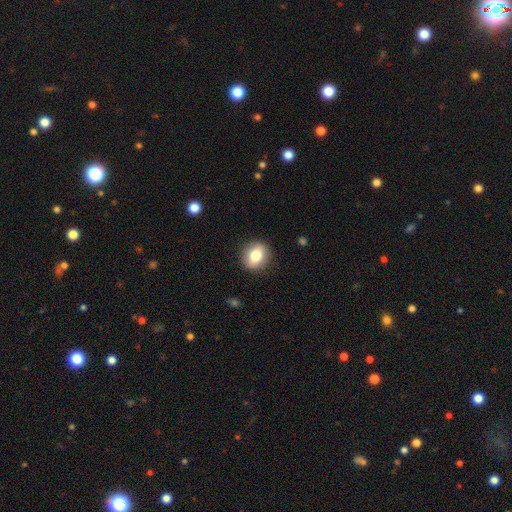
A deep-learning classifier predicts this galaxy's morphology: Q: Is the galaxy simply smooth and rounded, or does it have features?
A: smooth — 77%.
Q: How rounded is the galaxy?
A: round — 60%.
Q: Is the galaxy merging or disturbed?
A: none — 88%.